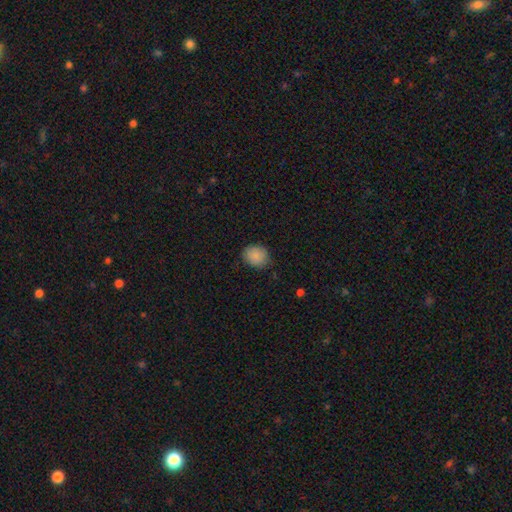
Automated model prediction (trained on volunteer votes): Q: Smooth or featured?
A: smooth (88%); runner-up: star or artifact (8%)
Q: How rounded?
A: round (63%); runner-up: in between (36%)
Q: Merging?
A: none (82%); runner-up: minor disturbance (14%)